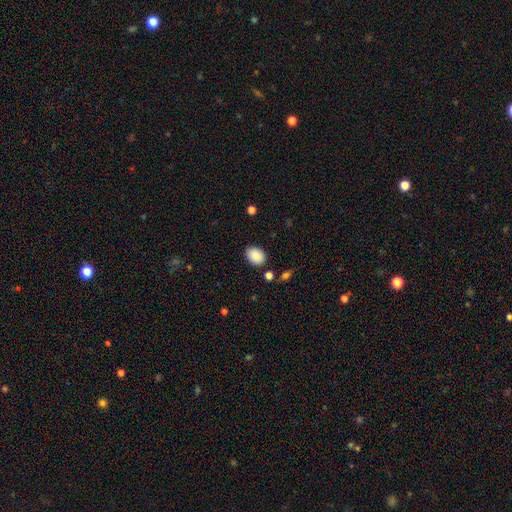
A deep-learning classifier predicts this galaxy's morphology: Smooth or featured? Predicted: smooth (p=0.87). How rounded? Predicted: in between (p=0.74). Merging? Predicted: none (p=0.85).